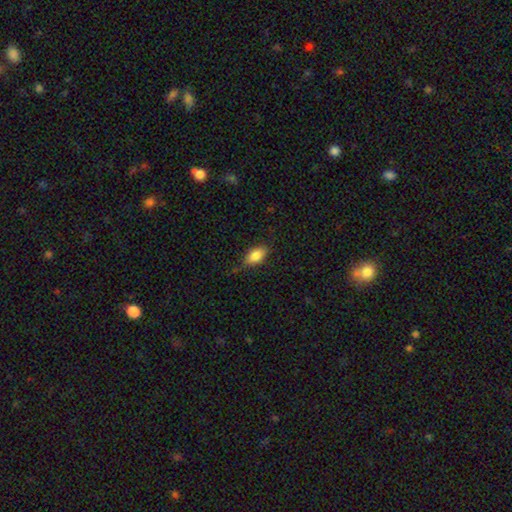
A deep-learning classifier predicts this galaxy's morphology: A smooth galaxy with no disk features (83%) that is in between round and cigar-shaped (88%). Merging: none (76%).